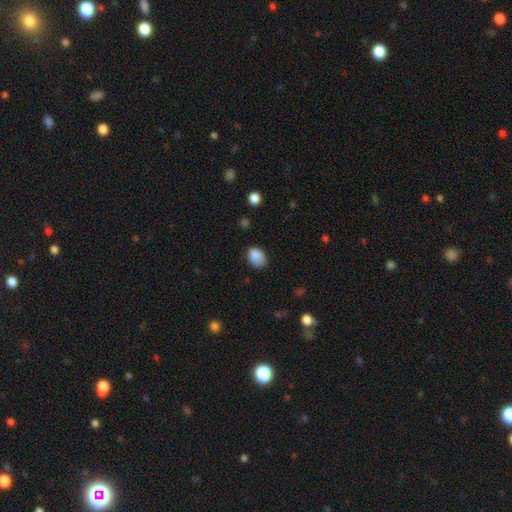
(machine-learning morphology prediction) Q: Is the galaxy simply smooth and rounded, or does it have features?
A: smooth — 86%.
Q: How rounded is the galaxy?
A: in between — 71%.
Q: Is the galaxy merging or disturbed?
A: none — 64%.